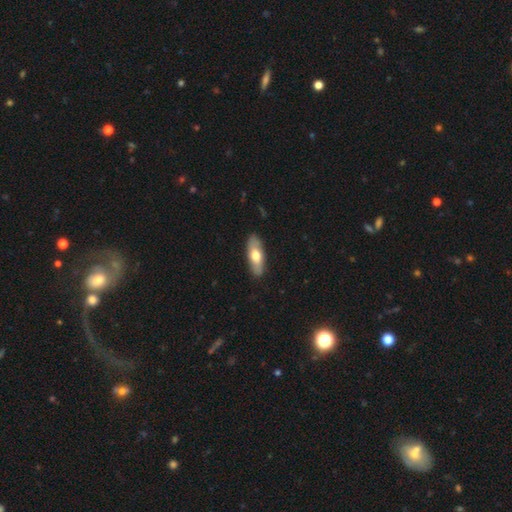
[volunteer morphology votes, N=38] Smooth or featured? smooth (68%)
How rounded? in between (62%)
Merging? none (94%)